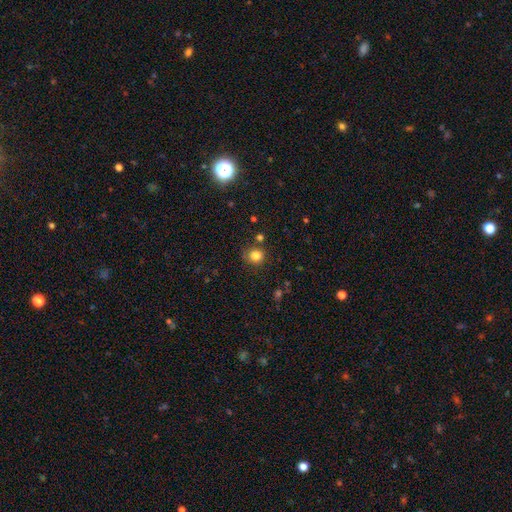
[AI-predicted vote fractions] The model was most divided on "smooth or featured": smooth: 82%, star or artifact: 13%, featured or disk: 5%. More confident: how rounded — round (91%); merging — none (82%).